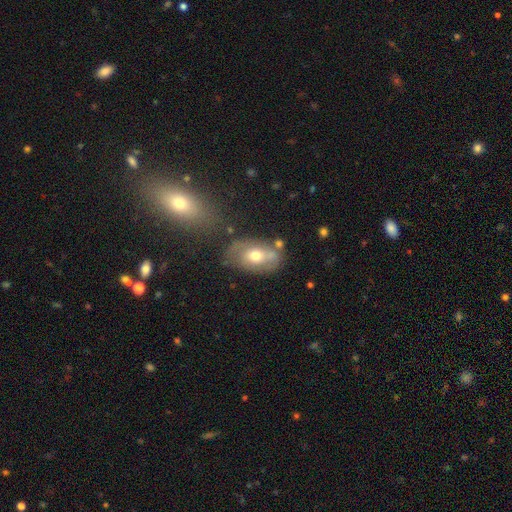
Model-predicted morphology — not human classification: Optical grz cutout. It shows a smooth galaxy with no disk features (55%) that is in between round and cigar-shaped (85%). Merging: none (54%).